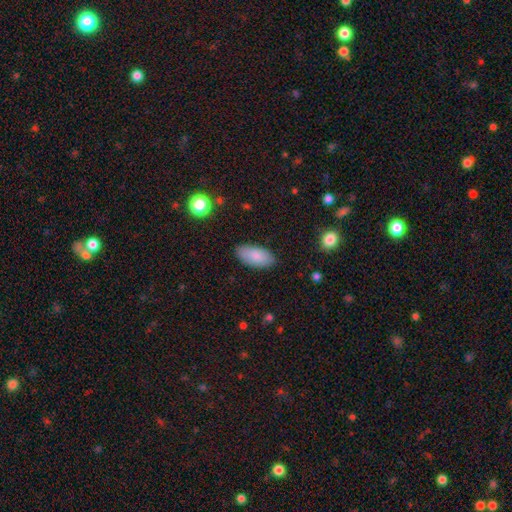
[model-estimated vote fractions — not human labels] smooth-or-featured: smooth: 86% | featured or disk: 8% | star or artifact: 7%
  how-rounded: in between: 92% | cigar-shaped: 6% | round: 2%
  merging: none: 87% | minor disturbance: 10% | major disturbance: 2% | merger: 1%